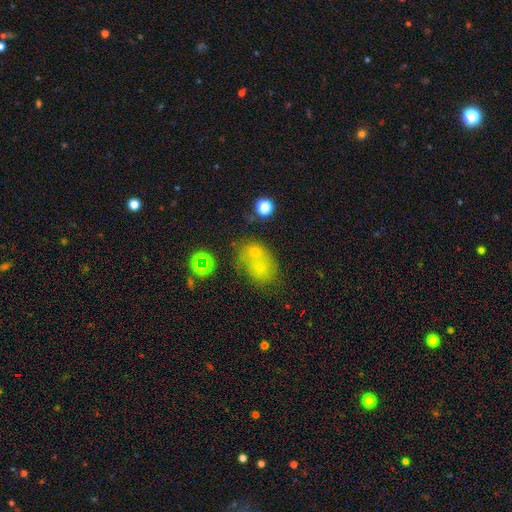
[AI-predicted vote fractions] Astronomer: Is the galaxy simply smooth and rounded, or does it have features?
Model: smooth — 56%.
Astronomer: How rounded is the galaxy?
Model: in between — 65%.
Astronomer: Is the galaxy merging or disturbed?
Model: none — 45% (runner-up: merger, 33%).